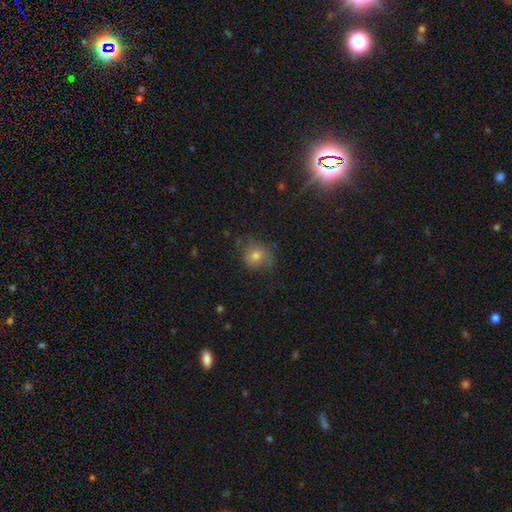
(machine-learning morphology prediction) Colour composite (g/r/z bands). It shows a smooth galaxy with no disk features (61%) that is round (78%). Merging: none (66%).